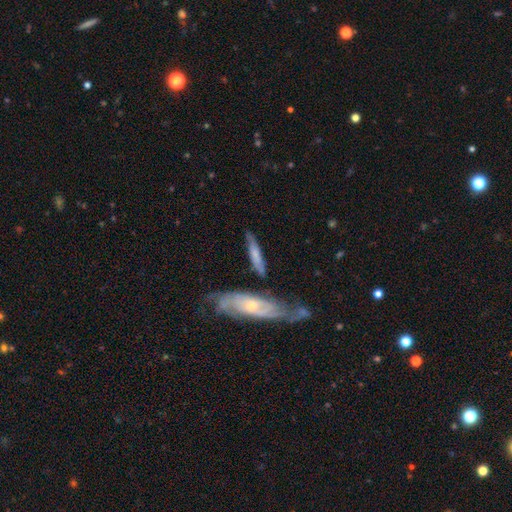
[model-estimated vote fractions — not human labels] Q: Smooth or featured?
A: smooth (49%); runner-up: featured or disk (45%)
Q: Merging?
A: none (58%); runner-up: minor disturbance (21%)